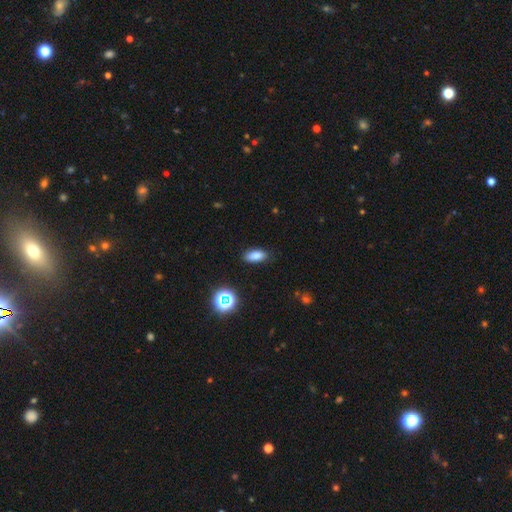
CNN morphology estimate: smooth-or-featured: smooth: 82% | star or artifact: 12% | featured or disk: 6%
  how-rounded: in between: 86% | cigar-shaped: 9% | round: 5%
  merging: none: 86% | minor disturbance: 10% | major disturbance: 3% | merger: 1%